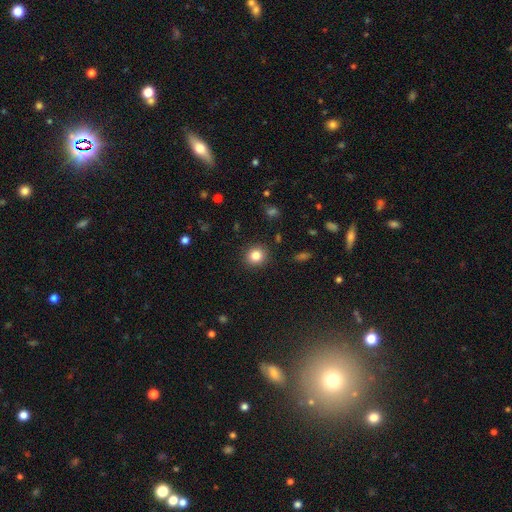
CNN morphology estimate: Overall: smooth (83%). How rounded: round (88%). Merging: none (91%).